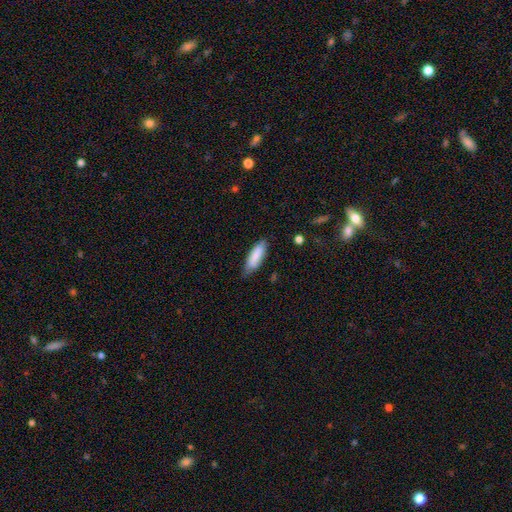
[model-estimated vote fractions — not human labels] Morphology: type=smooth (84%); roundness=in between (55%); merging=none (74%).